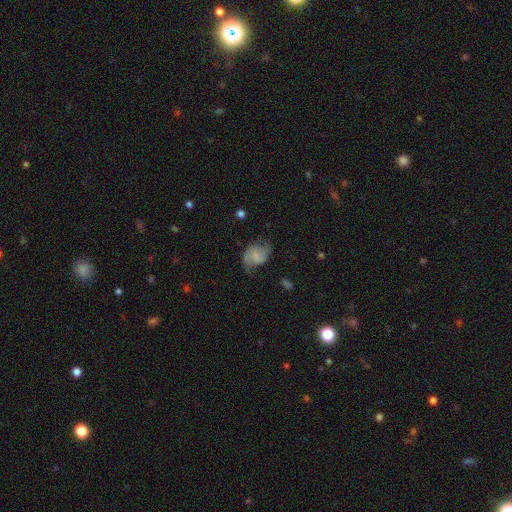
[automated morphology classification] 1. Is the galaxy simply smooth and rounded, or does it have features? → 68% featured or disk, 24% smooth, 8% star or artifact.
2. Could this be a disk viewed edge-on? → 98% no, 2% yes.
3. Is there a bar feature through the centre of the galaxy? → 46% no, 43% weak, 11% strong.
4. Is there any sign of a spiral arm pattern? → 92% yes, 8% no.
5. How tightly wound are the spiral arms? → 47% loose, 41% medium, 12% tight.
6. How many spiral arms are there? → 87% 2, 5% can't tell, 5% 1, 1% 3, 1% 4, 1% more than 4.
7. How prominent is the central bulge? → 42% none, 37% small, 16% moderate, 4% large, 1% dominant.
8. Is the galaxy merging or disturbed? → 62% none, 22% minor disturbance, 14% major disturbance, 2% merger.